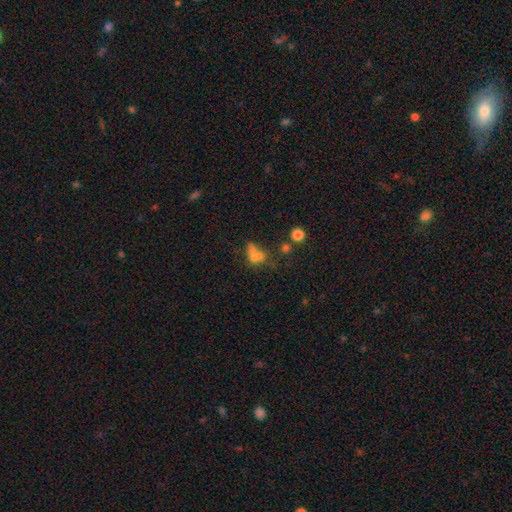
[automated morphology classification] Smooth or featured? Predicted: smooth (p=0.55). How rounded? Predicted: in between (p=0.61). Merging? Predicted: merger (p=0.46).